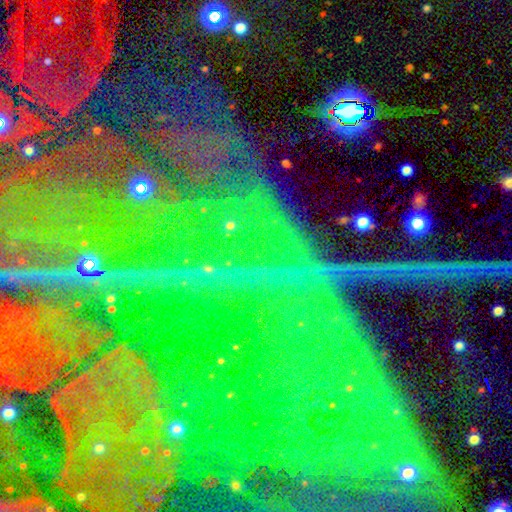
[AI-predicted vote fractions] smooth-or-featured: star or artifact: 85% | featured or disk: 9% | smooth: 6%